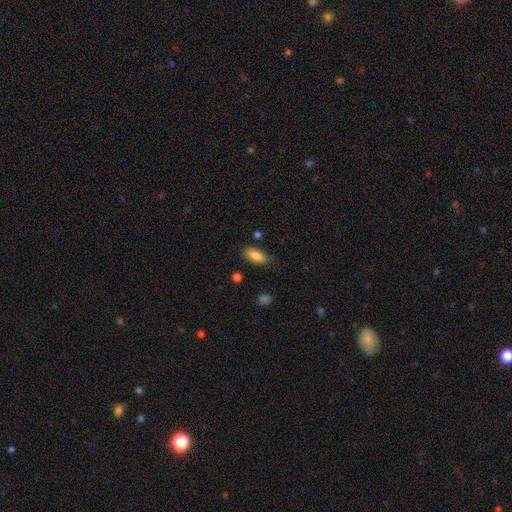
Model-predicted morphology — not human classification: Smooth or featured? Predicted: smooth (p=0.85). How rounded? Predicted: in between (p=0.84). Merging? Predicted: none (p=0.80).